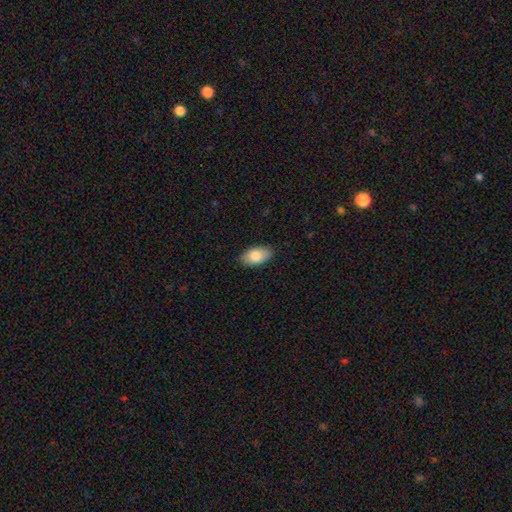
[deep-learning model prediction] This appears to be a smooth galaxy with no disk features (83%) that is in between round and cigar-shaped (94%). Merging: none (87%).